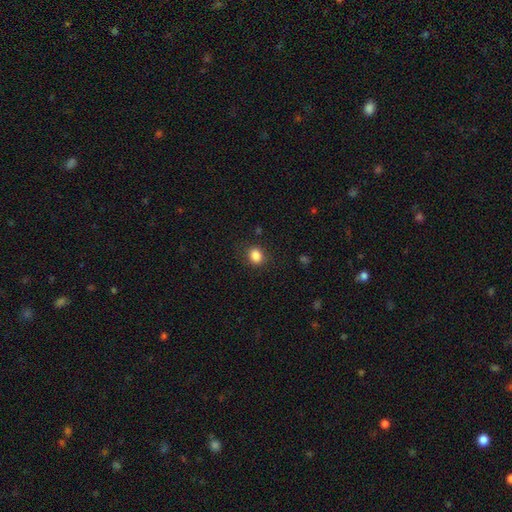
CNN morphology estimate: Smooth or featured?
  - smooth: 86% *
  - star or artifact: 11%
  - featured or disk: 4%
How rounded?
  - round: 57% *
  - in between: 42%
  - cigar-shaped: 1%
Merging?
  - none: 85% *
  - minor disturbance: 11%
  - major disturbance: 3%
  - merger: 1%